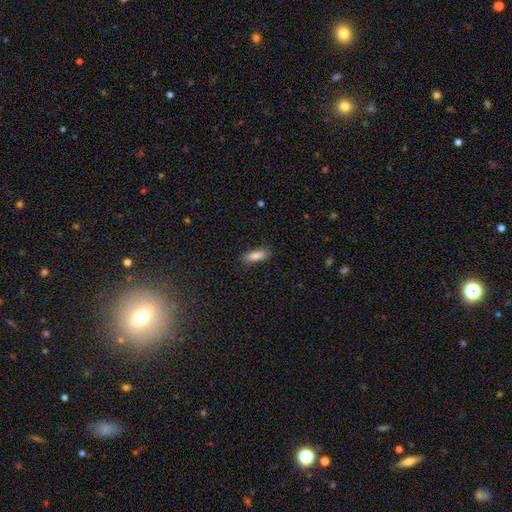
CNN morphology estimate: Smooth or featured: smooth — 85% (featured or disk — 7%)
How rounded: in between — 60% (cigar-shaped — 38%)
Merging: none — 84% (minor disturbance — 12%)